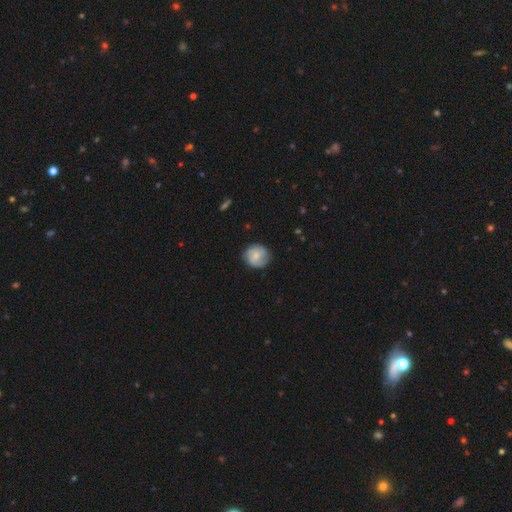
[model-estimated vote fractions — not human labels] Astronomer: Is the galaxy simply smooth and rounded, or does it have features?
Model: smooth — 59% (runner-up: featured or disk, 34%).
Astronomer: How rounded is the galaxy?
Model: round — 89%.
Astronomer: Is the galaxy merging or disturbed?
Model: none — 82%.